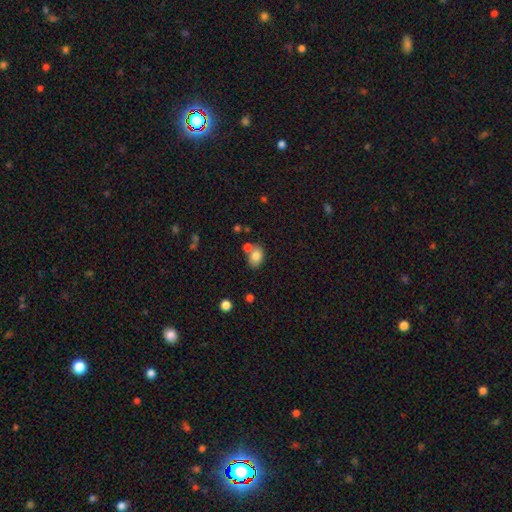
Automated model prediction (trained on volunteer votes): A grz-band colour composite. It shows a smooth galaxy with no disk features (80%) that is in between round and cigar-shaped (76%). Merging: none (57%).